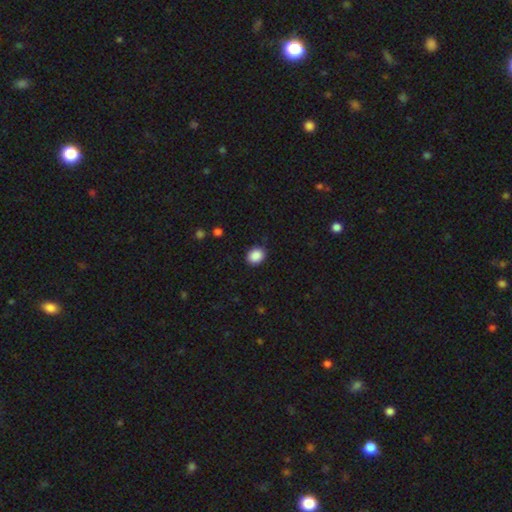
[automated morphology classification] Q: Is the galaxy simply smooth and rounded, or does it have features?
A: smooth — 89%.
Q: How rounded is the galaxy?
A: round — 59%.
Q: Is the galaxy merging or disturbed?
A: none — 89%.